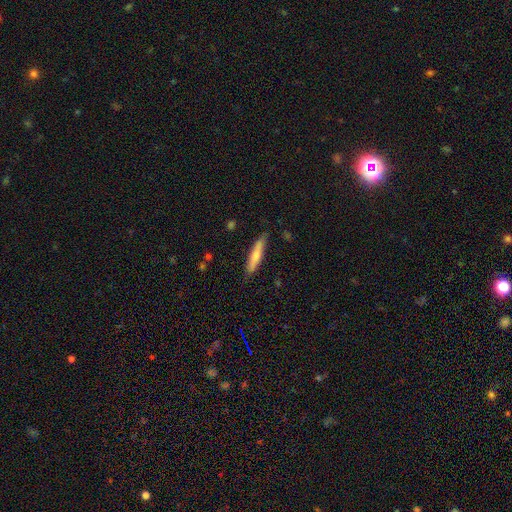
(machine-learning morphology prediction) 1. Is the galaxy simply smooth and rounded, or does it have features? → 65% smooth, 30% featured or disk, 6% star or artifact.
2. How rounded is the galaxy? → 87% cigar-shaped, 12% in between, 1% round.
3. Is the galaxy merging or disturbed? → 84% none, 13% minor disturbance, 2% major disturbance, 1% merger.